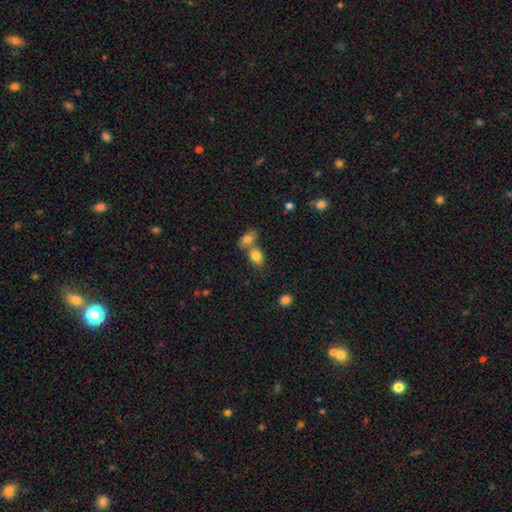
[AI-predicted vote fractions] This is clearly a smooth galaxy (81%). How rounded: likely in between (76%). Merging: possibly merger (49%).